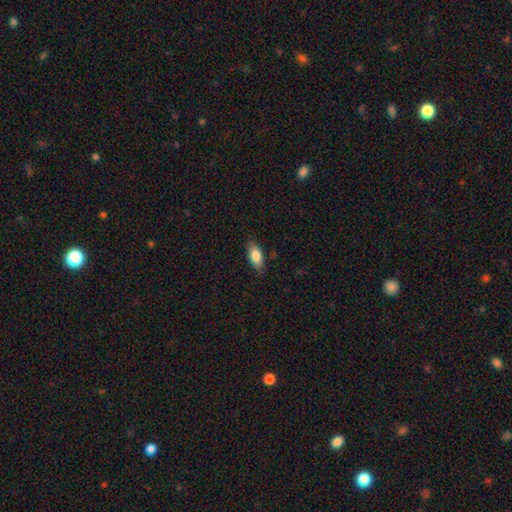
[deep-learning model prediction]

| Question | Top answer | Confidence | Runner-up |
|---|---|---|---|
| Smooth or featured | smooth | 84% | featured or disk (10%) |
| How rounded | in between | 86% | cigar-shaped (12%) |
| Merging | none | 84% | minor disturbance (12%) |